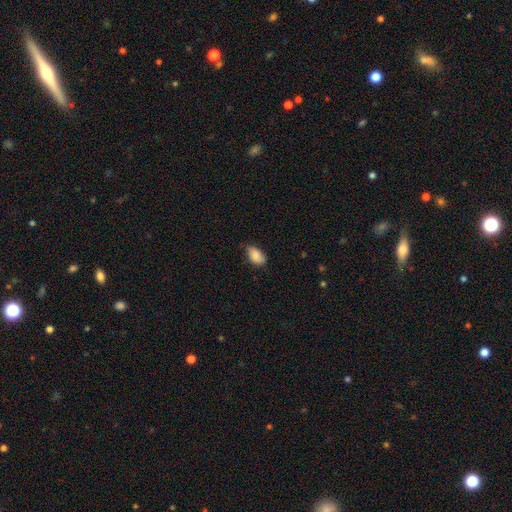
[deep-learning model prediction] smooth_or_featured: smooth (p=0.84) [alt: featured or disk p=0.09]
how_rounded: in between (p=0.92) [alt: round p=0.06]
merging: none (p=0.71) [alt: minor disturbance p=0.24]